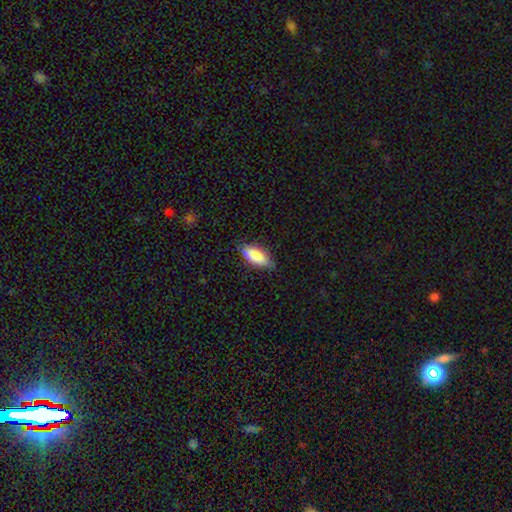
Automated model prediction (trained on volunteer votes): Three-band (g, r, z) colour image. It shows a smooth galaxy with no disk features (83%) that is in between round and cigar-shaped (83%). Merging: none (77%).